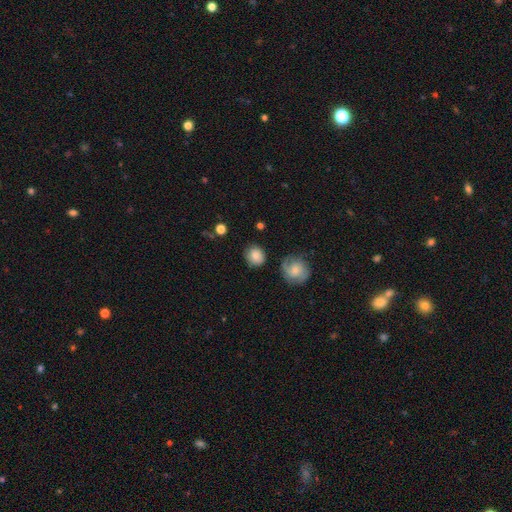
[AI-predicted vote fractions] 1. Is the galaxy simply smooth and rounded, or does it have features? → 78% smooth, 14% featured or disk, 8% star or artifact.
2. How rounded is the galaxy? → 79% round, 19% in between, 1% cigar-shaped.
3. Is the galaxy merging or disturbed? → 79% none, 13% minor disturbance, 4% major disturbance, 3% merger.